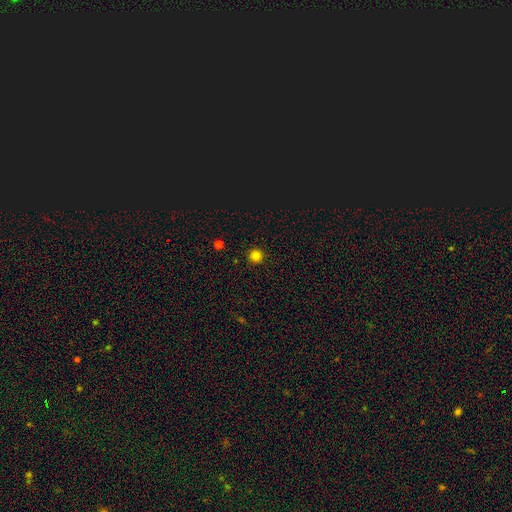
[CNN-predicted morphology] smooth-or-featured: smooth: 82% | star or artifact: 15% | featured or disk: 3%
  how-rounded: round: 96% | in between: 3% | cigar-shaped: 1%
  merging: none: 93% | minor disturbance: 5% | major disturbance: 2% | merger: 1%